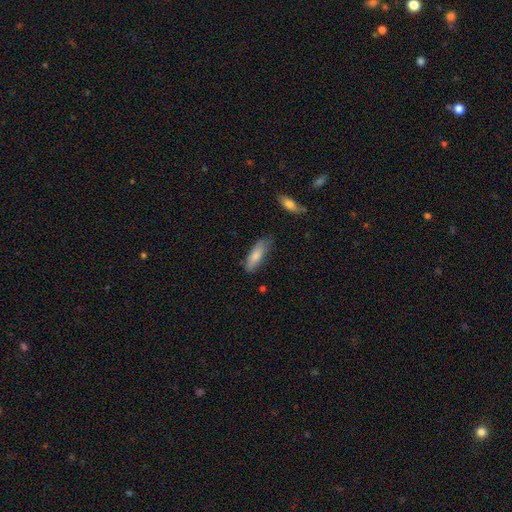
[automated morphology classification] type=smooth (80%); roundness=in between (56%); merging=none (65%).